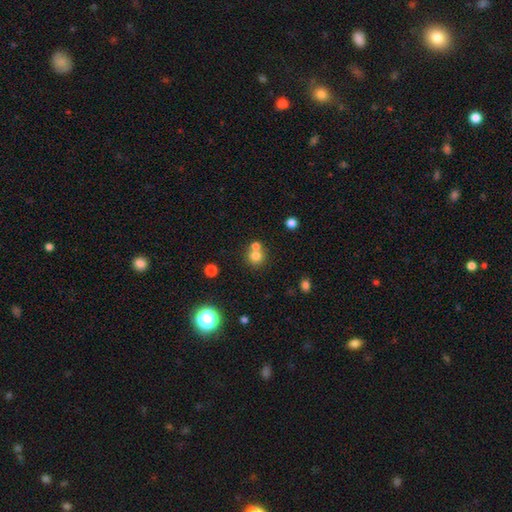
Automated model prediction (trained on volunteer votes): Morphology: type=smooth (74%); roundness=round (89%); merging=none (54%).